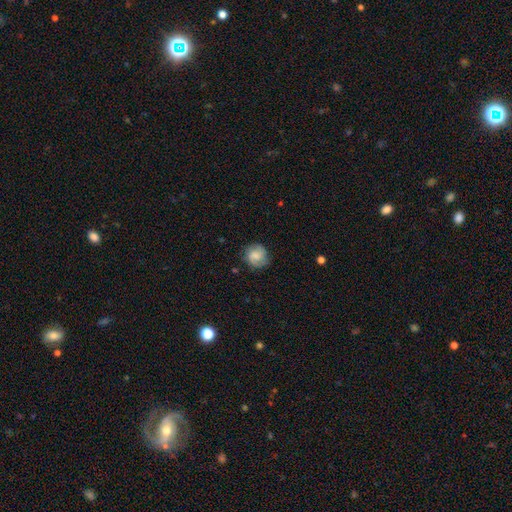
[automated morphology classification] A smooth galaxy with no disk features (53%) that is round (84%). Merging: none (78%).